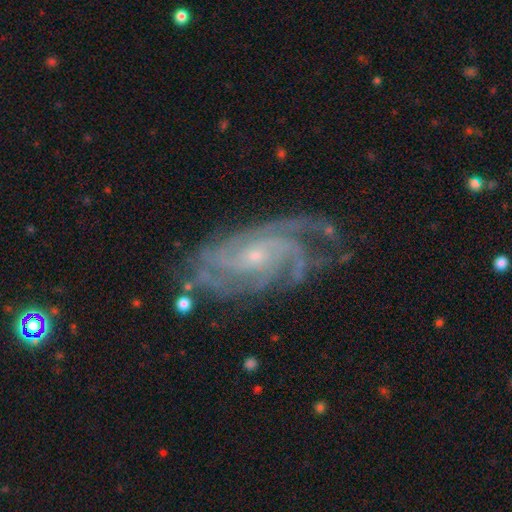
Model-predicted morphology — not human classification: Smooth or featured? Predicted: featured or disk (p=0.91). Edge-on disk? Predicted: no (p=0.96). Bar? Predicted: no (p=0.65). Spiral arms? Predicted: yes (p=0.98). Spiral winding? Predicted: tight (p=0.67). Spiral arm count? Predicted: 4 (p=0.30). Bulge size? Predicted: small (p=0.77). Merging? Predicted: none (p=0.71).